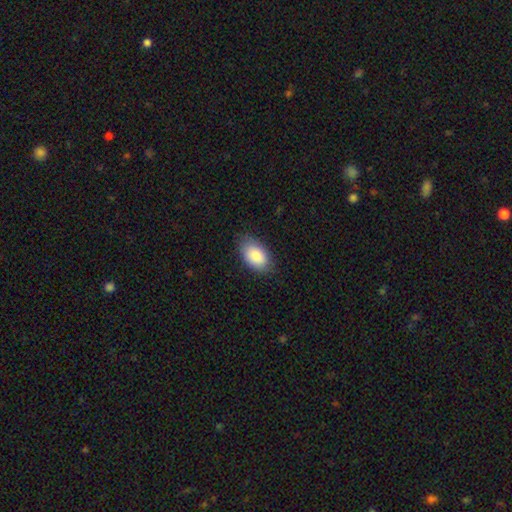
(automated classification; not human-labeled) Q: Smooth or featured?
A: smooth (84%); runner-up: featured or disk (9%)
Q: How rounded?
A: in between (93%); runner-up: round (6%)
Q: Merging?
A: none (79%); runner-up: minor disturbance (17%)